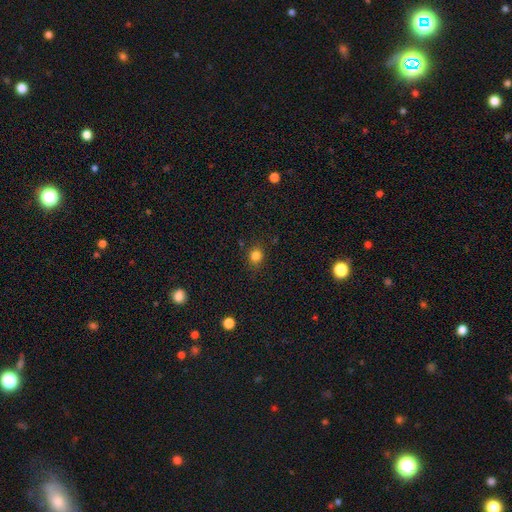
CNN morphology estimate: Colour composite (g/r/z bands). It shows a smooth galaxy with no disk features (82%) that is round (75%). Merging: none (84%).